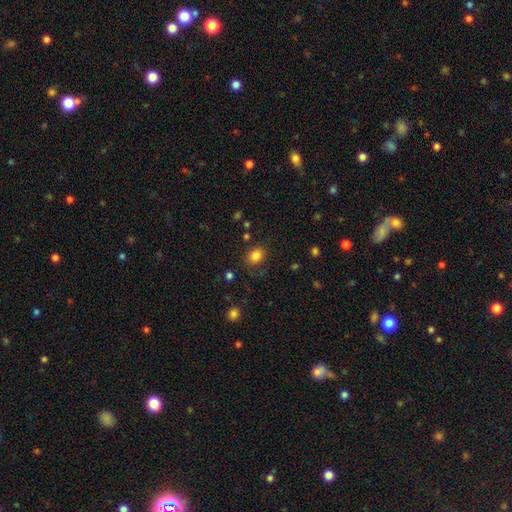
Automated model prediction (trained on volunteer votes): This appears to be a smooth galaxy with no disk features (83%) that is round (51%). Merging: none (79%).